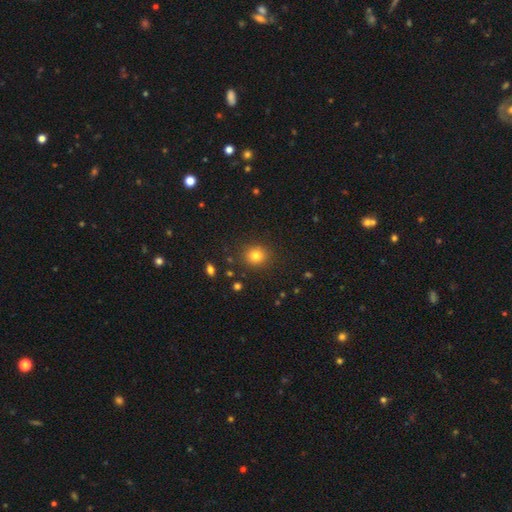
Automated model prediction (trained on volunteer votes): This appears to be a smooth galaxy with no disk features (81%) that is round (86%). Merging: none (89%).